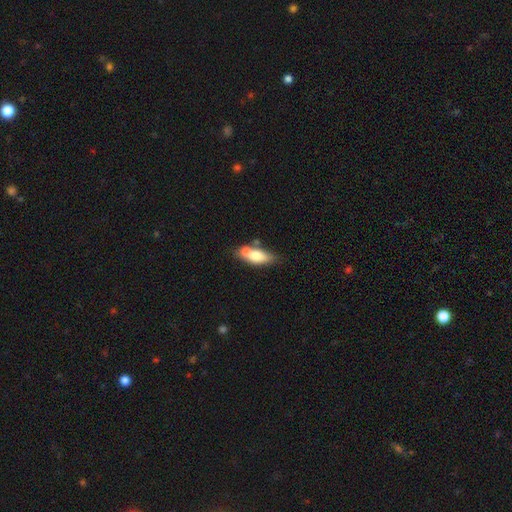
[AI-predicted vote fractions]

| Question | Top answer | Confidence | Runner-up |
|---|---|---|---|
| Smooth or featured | smooth | 66% | featured or disk (27%) |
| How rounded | in between | 69% | cigar-shaped (26%) |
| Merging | none | 46% | merger (31%) |